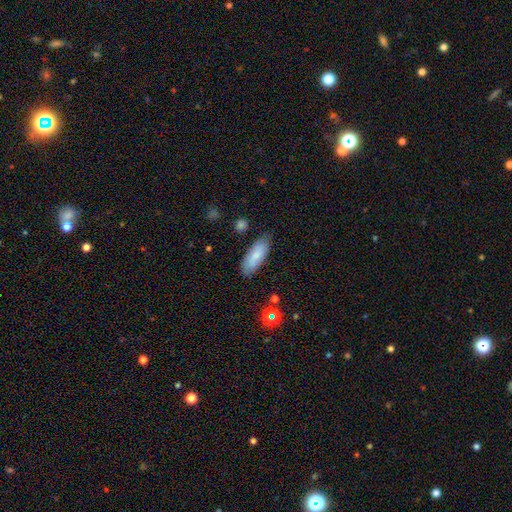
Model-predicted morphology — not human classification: smooth_or_featured: smooth (p=0.75) [alt: featured or disk p=0.18]
how_rounded: in between (p=0.72) [alt: cigar-shaped p=0.26]
merging: none (p=0.81) [alt: minor disturbance p=0.15]